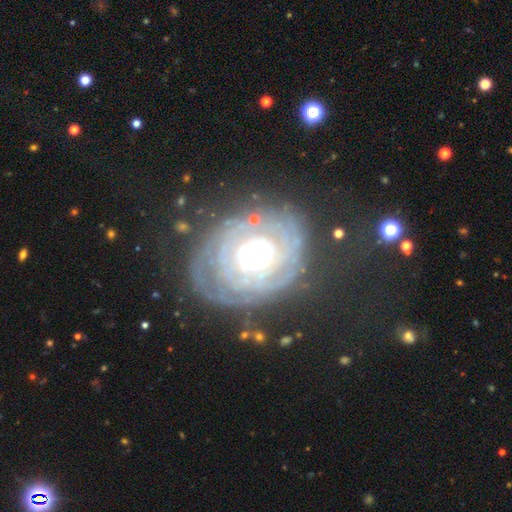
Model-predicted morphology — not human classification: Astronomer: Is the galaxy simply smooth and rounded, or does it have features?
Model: featured or disk — 82%.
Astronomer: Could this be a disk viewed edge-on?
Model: no — 96%.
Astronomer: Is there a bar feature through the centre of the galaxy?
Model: no — 76%.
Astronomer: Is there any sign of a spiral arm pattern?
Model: yes — 86%.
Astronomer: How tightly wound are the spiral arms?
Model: tight — 83%.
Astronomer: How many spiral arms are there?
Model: can't tell — 44%.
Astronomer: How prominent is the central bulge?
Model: moderate — 68%.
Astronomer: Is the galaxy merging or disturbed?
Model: none — 72%.